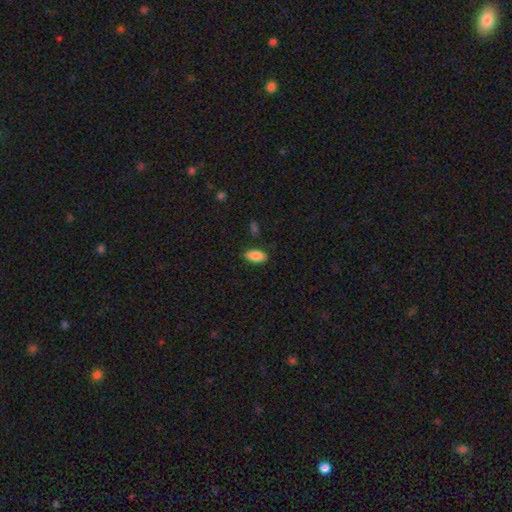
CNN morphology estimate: This appears to be a smooth galaxy with no disk features (87%) that is in between round and cigar-shaped (92%). Merging: none (84%).